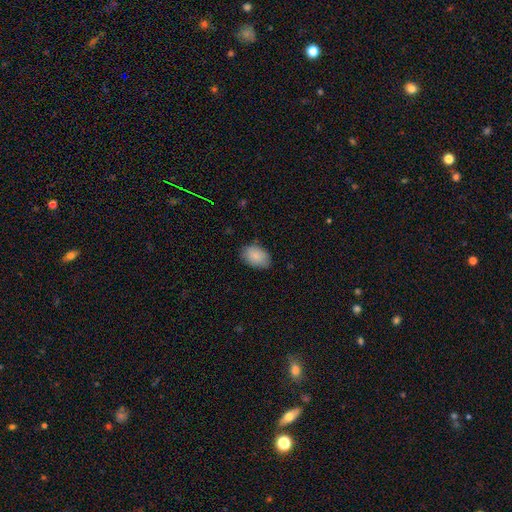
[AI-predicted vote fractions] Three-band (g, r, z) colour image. It shows a smooth galaxy with no disk features (87%) that is in between round and cigar-shaped (85%). Merging: none (80%).